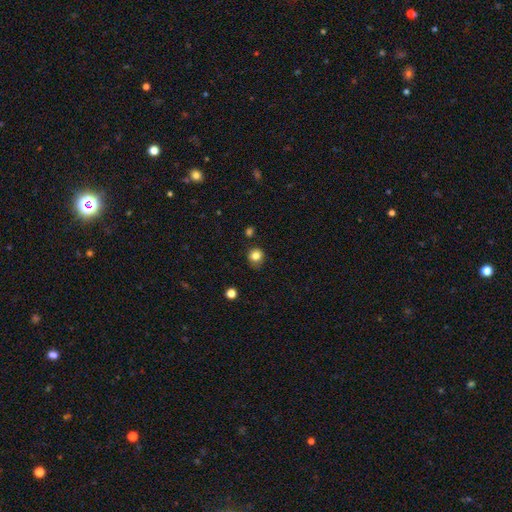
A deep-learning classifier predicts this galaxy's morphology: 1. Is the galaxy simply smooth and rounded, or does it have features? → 82% smooth, 12% star or artifact, 6% featured or disk.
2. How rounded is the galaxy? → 86% round, 13% in between, 1% cigar-shaped.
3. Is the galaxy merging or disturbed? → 79% none, 16% minor disturbance, 3% major disturbance, 2% merger.